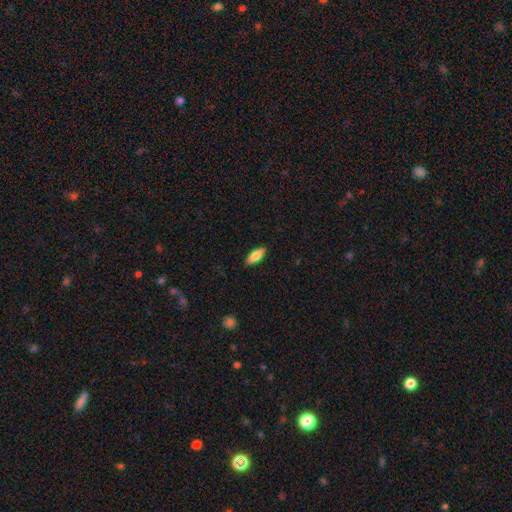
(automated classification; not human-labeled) smooth 76%, featured or disk 18%, star or artifact 6%. Down the decision tree: how rounded — in between (72%); merging — none (88%).